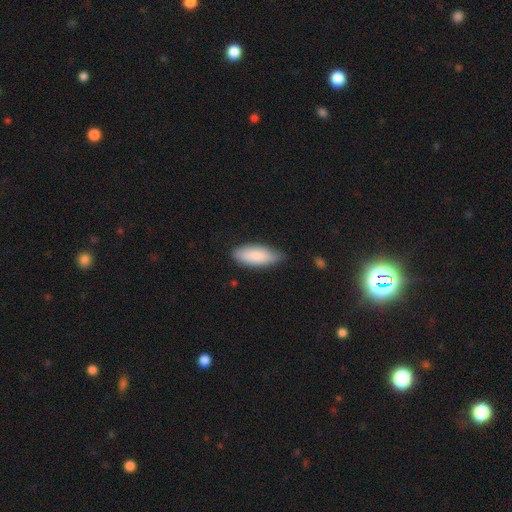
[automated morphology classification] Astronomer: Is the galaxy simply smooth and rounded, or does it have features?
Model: smooth — 83%.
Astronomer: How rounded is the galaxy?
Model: in between — 80%.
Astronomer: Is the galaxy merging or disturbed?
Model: none — 75%.